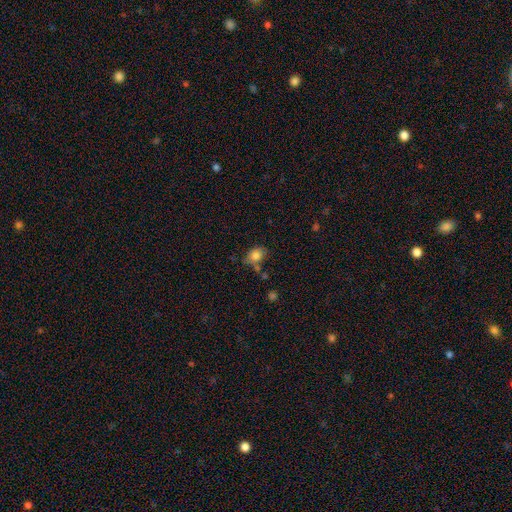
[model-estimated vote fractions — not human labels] Overall: smooth (80%). How rounded: in between (67%; round 32%). Merging: none (58%; minor disturbance 24%).